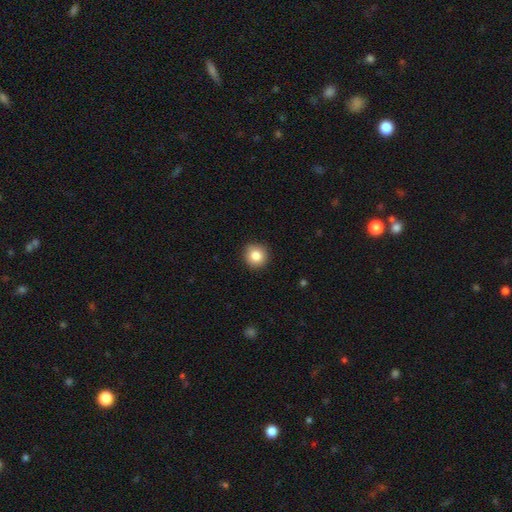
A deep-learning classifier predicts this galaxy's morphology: This is clearly a smooth galaxy (84%). How rounded: clearly round (94%). Merging: clearly none (91%).